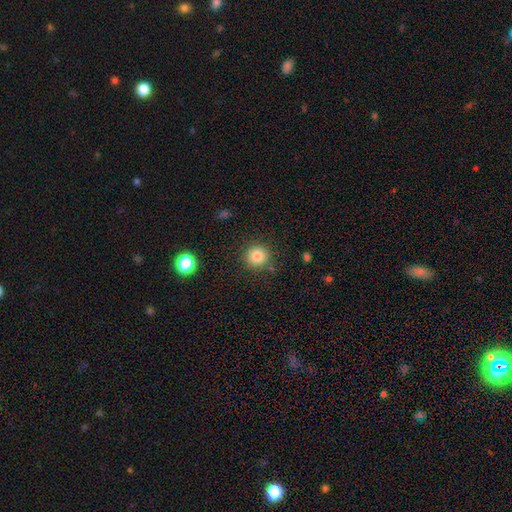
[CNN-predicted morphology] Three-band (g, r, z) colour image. It shows a smooth galaxy with no disk features (83%) that is round (94%). Merging: none (87%).